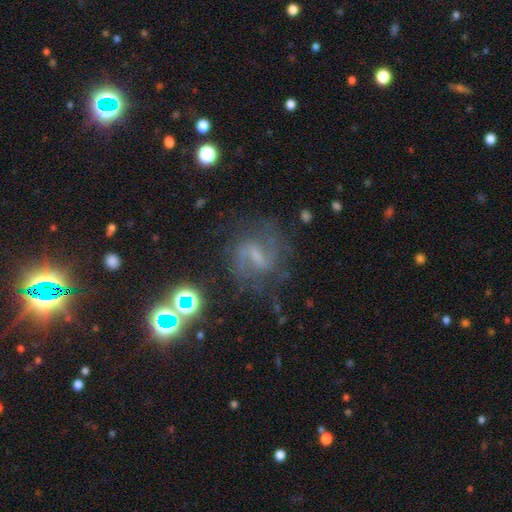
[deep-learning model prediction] Smooth or featured? Predicted: featured or disk (p=0.74). Edge-on disk? Predicted: no (p=0.96). Bar? Predicted: weak (p=0.46). Spiral arms? Predicted: yes (p=0.91). Spiral winding? Predicted: medium (p=0.50). Spiral arm count? Predicted: 2 (p=0.82). Bulge size? Predicted: none (p=0.39). Merging? Predicted: none (p=0.67).